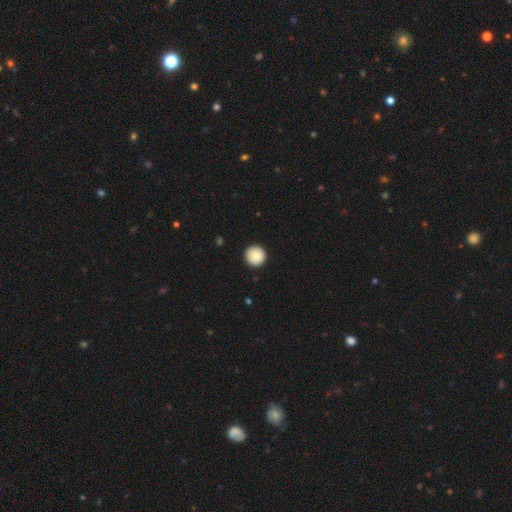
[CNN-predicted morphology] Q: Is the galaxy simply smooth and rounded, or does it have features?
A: smooth — 79%.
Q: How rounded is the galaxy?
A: round — 96%.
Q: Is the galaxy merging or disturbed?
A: none — 92%.